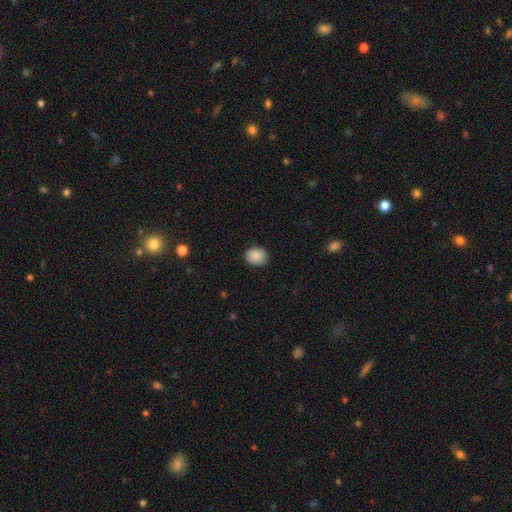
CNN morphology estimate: Smooth or featured? smooth (88%)
How rounded? round (58%)
Merging? none (86%)